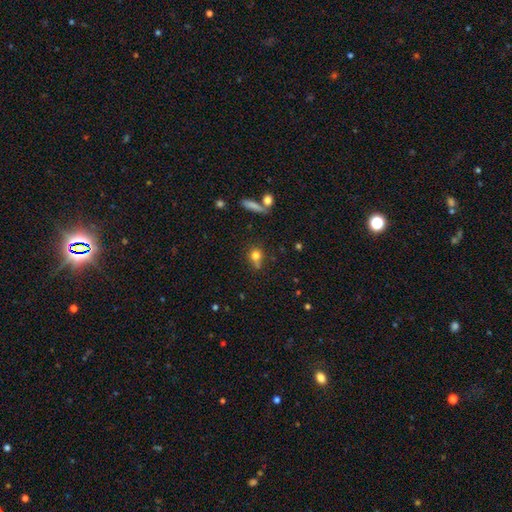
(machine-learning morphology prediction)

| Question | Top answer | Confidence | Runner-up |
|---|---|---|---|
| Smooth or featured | smooth | 77% | star or artifact (13%) |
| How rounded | round | 71% | in between (25%) |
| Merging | none | 60% | minor disturbance (20%) |